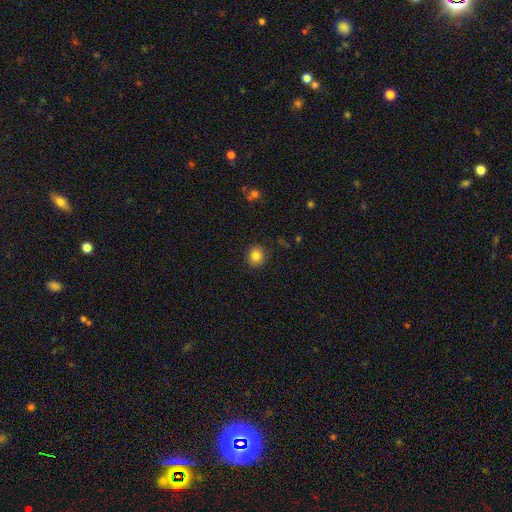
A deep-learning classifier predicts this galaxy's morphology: The model was most divided on "smooth or featured": smooth: 84%, star or artifact: 11%, featured or disk: 5%. More confident: merging — none (89%); how rounded — round (88%).